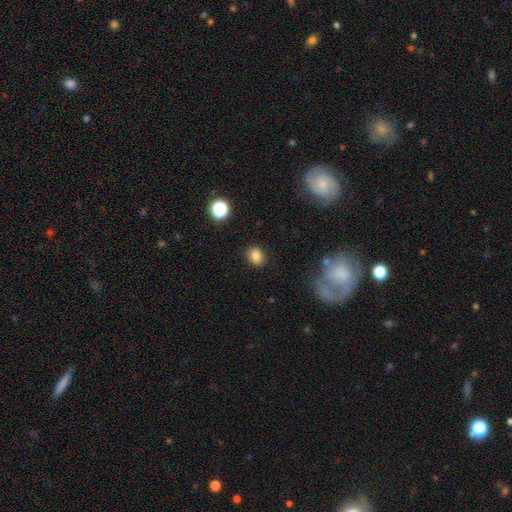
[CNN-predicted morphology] This is clearly a smooth galaxy (83%). How rounded: possibly round (51%). Merging: clearly none (86%).